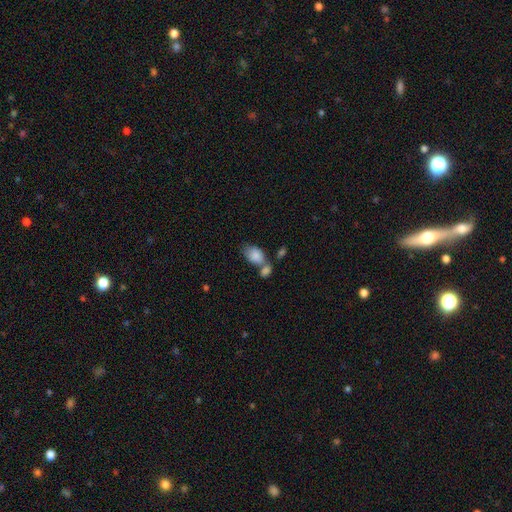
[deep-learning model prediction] Smooth or featured?
  - smooth: 83% *
  - featured or disk: 10%
  - star or artifact: 7%
How rounded?
  - in between: 87% *
  - round: 12%
  - cigar-shaped: 2%
Merging?
  - merger: 52% *
  - none: 29%
  - minor disturbance: 13%
  - major disturbance: 6%